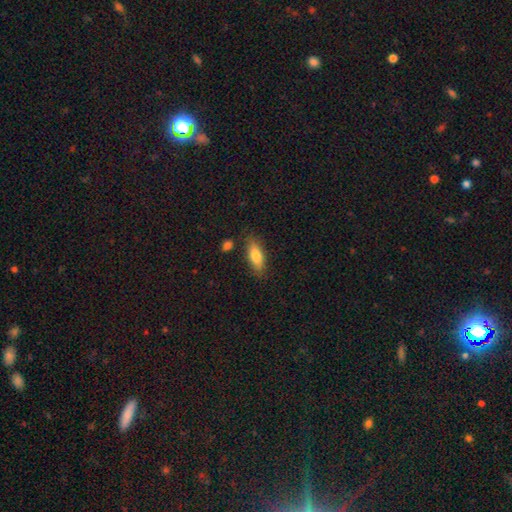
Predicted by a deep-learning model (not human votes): Smooth or featured: smooth — 80% (featured or disk — 14%)
How rounded: in between — 70% (cigar-shaped — 28%)
Merging: none — 81% (minor disturbance — 13%)